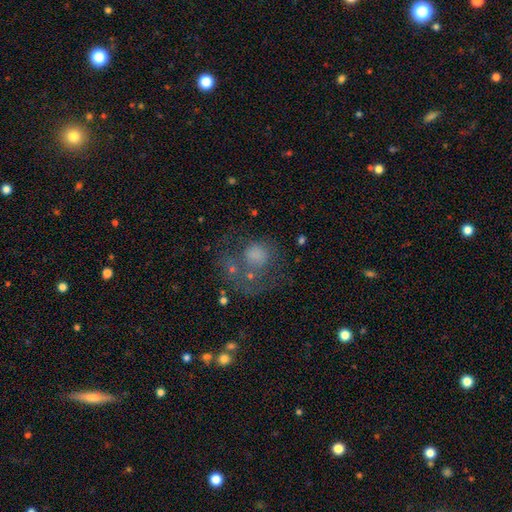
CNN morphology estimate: Smooth or featured?
  - smooth: 54% *
  - featured or disk: 28%
  - star or artifact: 18%
How rounded?
  - round: 75% *
  - in between: 24%
  - cigar-shaped: 1%
Merging?
  - major disturbance: 37% *
  - none: 36%
  - minor disturbance: 16%
  - merger: 11%